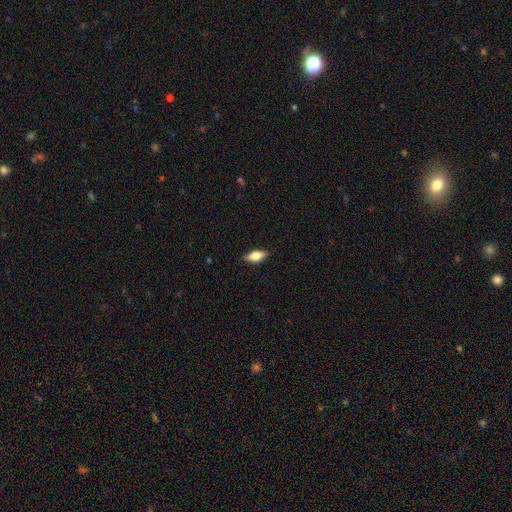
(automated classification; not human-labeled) A smooth galaxy with no disk features (70%) that is in between round and cigar-shaped (81%).

Vote fractions:
- Smooth or featured? smooth: 70% / featured or disk: 23% / star or artifact: 7%
- How rounded? in between: 81% / cigar-shaped: 15% / round: 4%
- Merging? none: 87% / minor disturbance: 10% / major disturbance: 2% / merger: 1%